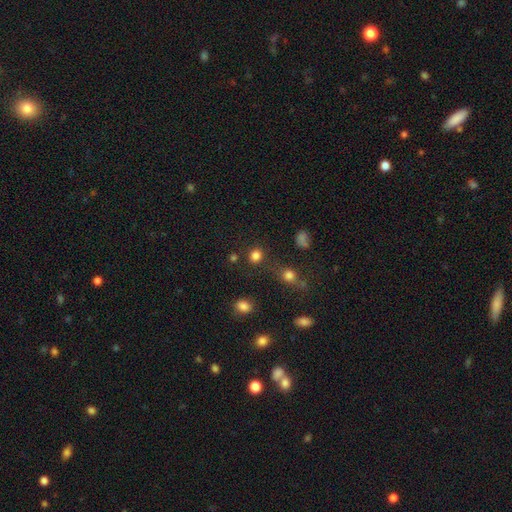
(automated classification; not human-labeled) Morphology: type=smooth (81%); roundness=round (84%); merging=none (80%).